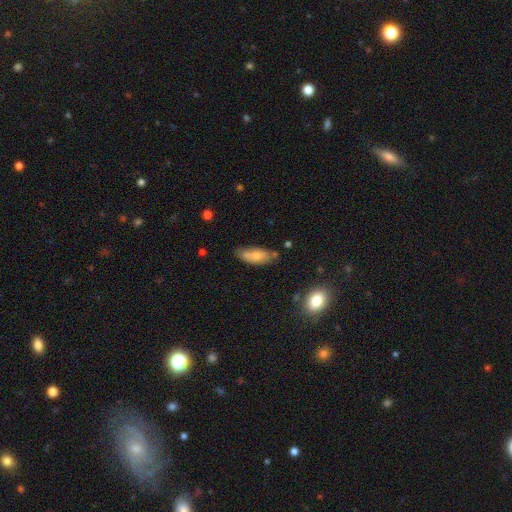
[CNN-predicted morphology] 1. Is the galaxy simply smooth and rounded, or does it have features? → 68% smooth, 24% featured or disk, 8% star or artifact.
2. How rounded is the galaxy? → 76% in between, 21% cigar-shaped, 3% round.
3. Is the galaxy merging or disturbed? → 60% none, 25% minor disturbance, 9% merger, 6% major disturbance.